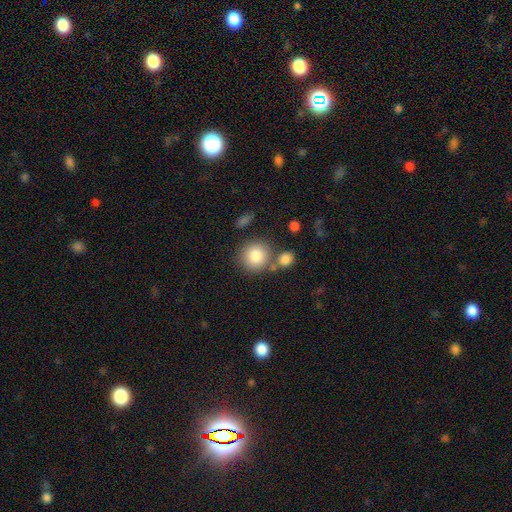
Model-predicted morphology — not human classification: A smooth galaxy with no disk features (83%) that is round (89%). Merging: none (69%).